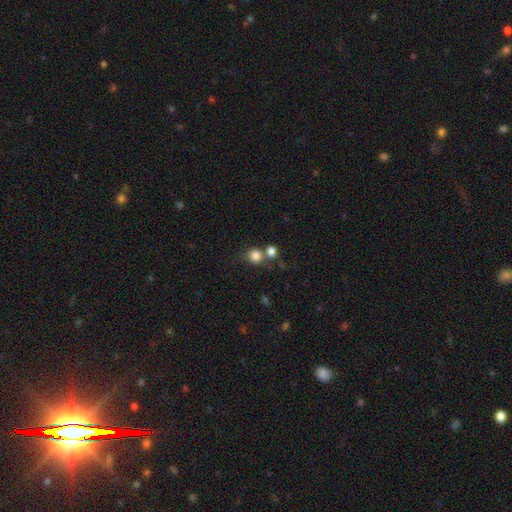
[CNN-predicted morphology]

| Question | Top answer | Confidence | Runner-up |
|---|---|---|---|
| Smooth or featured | smooth | 82% | star or artifact (11%) |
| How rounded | round | 80% | in between (19%) |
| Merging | none | 52% | merger (33%) |